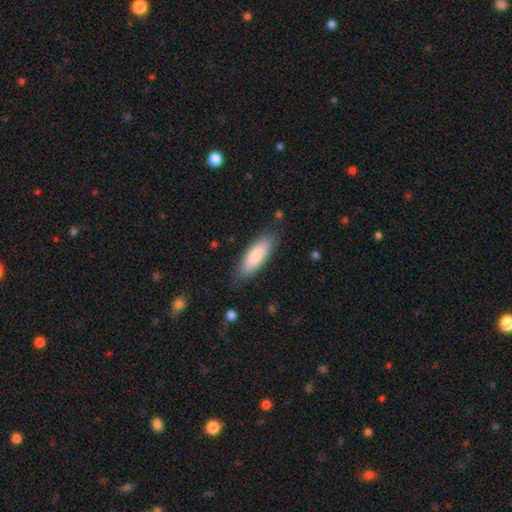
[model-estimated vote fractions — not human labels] Overall: smooth (84%). How rounded: in between (57%; cigar-shaped 41%). Merging: none (81%).